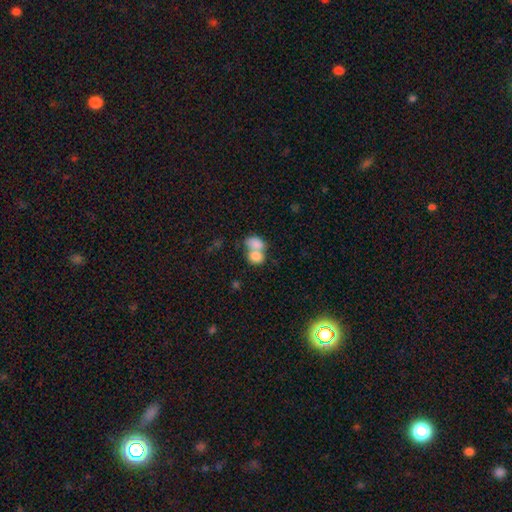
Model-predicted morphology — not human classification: Smooth or featured: smooth — 80% (featured or disk — 12%)
How rounded: in between — 67% (round — 31%)
Merging: merger — 69% (none — 21%)